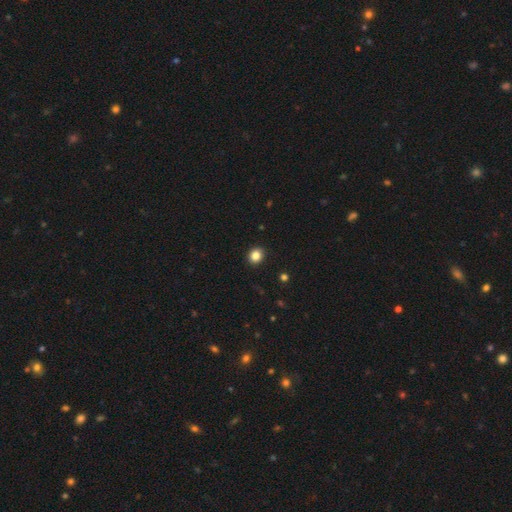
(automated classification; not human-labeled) Smooth or featured?
  - smooth: 84% *
  - star or artifact: 11%
  - featured or disk: 5%
How rounded?
  - round: 76% *
  - in between: 23%
  - cigar-shaped: 1%
Merging?
  - none: 91% *
  - minor disturbance: 6%
  - major disturbance: 2%
  - merger: 1%